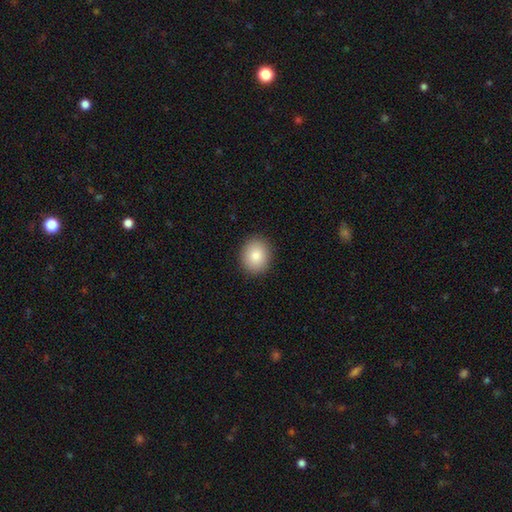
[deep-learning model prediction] smooth-or-featured: smooth: 84% | star or artifact: 8% | featured or disk: 7%
  how-rounded: round: 66% | in between: 33% | cigar-shaped: 1%
  merging: none: 91% | minor disturbance: 6% | major disturbance: 2% | merger: 1%